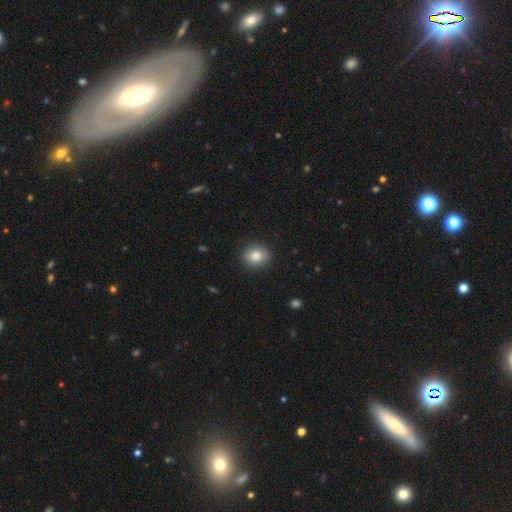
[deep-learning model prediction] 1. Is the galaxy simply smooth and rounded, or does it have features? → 84% smooth, 9% star or artifact, 8% featured or disk.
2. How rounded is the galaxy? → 63% round, 36% in between, 1% cigar-shaped.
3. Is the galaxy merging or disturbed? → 88% none, 8% minor disturbance, 2% major disturbance, 1% merger.